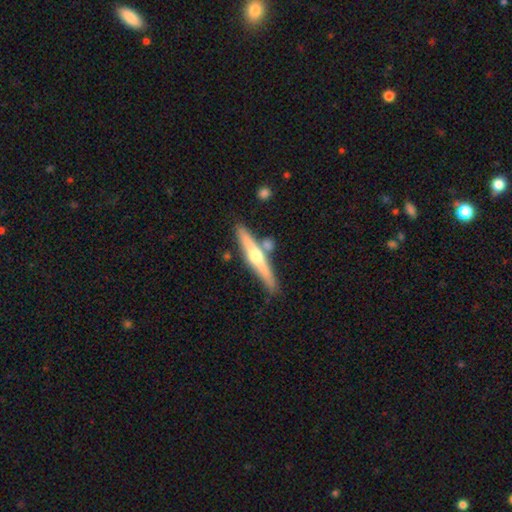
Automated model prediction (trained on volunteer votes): Smooth or featured? Predicted: featured or disk (p=0.66). Edge-on disk? Predicted: yes (p=0.97). Edge-on bulge? Predicted: rounded (p=0.92). Merging? Predicted: none (p=0.77).